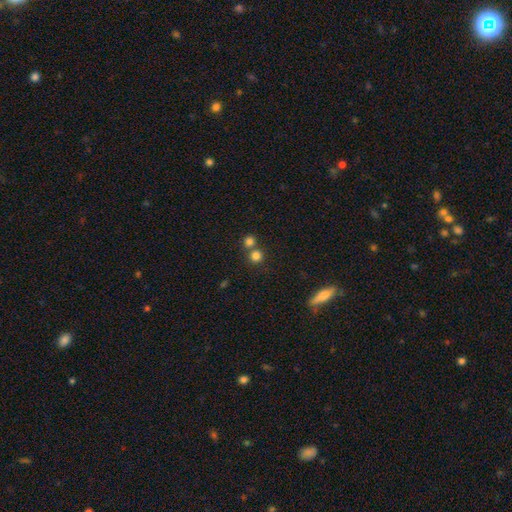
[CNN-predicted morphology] smooth_or_featured: smooth (p=0.79) [alt: star or artifact p=0.14]
how_rounded: round (p=0.92) [alt: in between p=0.07]
merging: none (p=0.60) [alt: merger p=0.32]